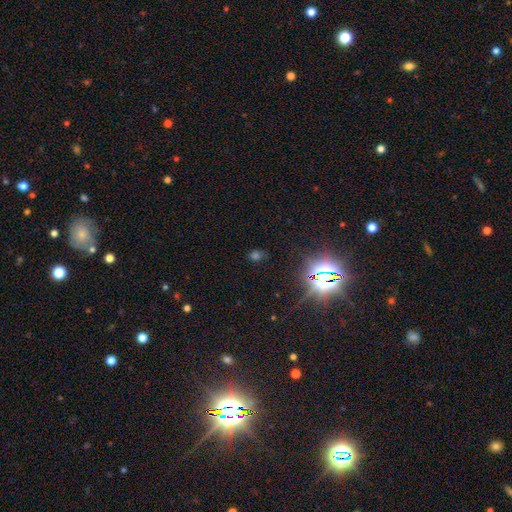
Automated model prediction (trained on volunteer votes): Overall: star or artifact (61%; smooth 30%).